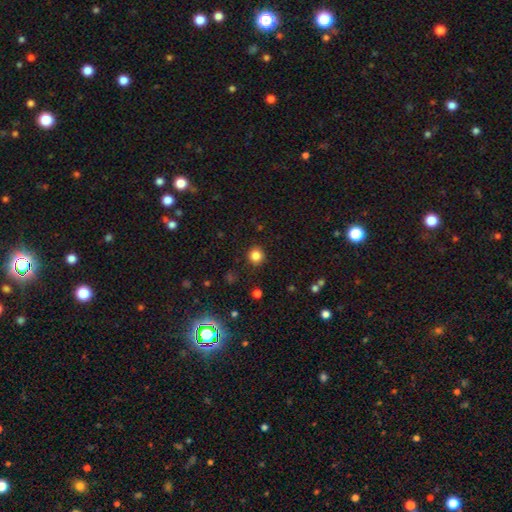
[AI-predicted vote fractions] smooth-or-featured: smooth: 83% | star or artifact: 13% | featured or disk: 4%
  how-rounded: round: 92% | in between: 7% | cigar-shaped: 1%
  merging: none: 91% | minor disturbance: 6% | major disturbance: 2% | merger: 1%